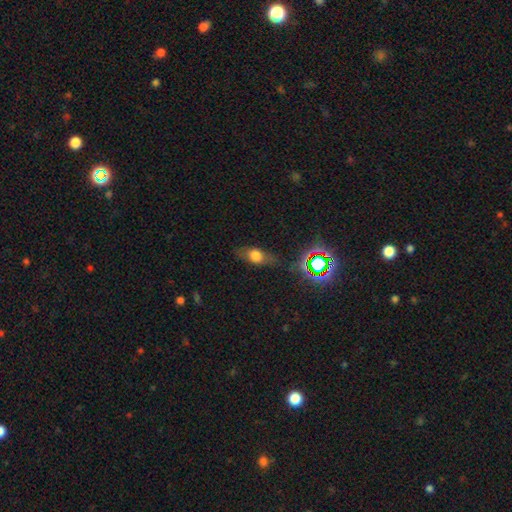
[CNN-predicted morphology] Smooth or featured? Predicted: smooth (p=0.60). How rounded? Predicted: in between (p=0.71). Merging? Predicted: none (p=0.72).